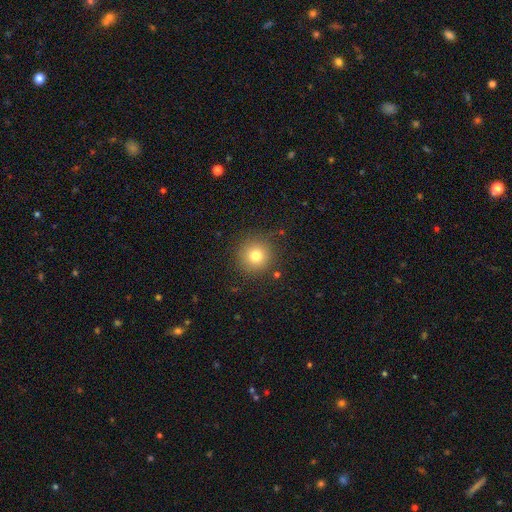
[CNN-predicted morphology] A smooth galaxy with no disk features (77%) that is round (95%). Merging: none (87%).